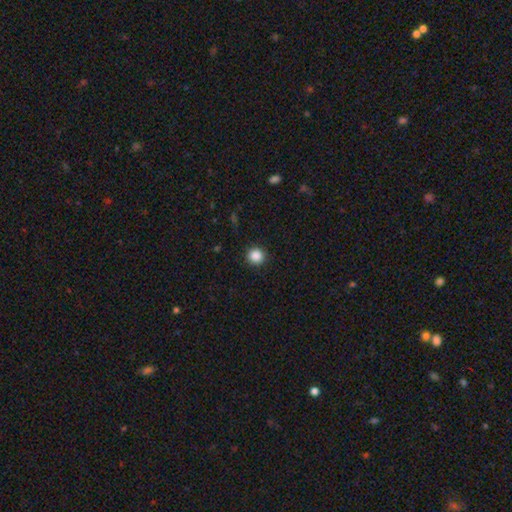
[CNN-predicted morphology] The model was most divided on "smooth or featured": smooth: 87%, star or artifact: 10%, featured or disk: 3%. More confident: how rounded — round (93%); merging — none (91%).